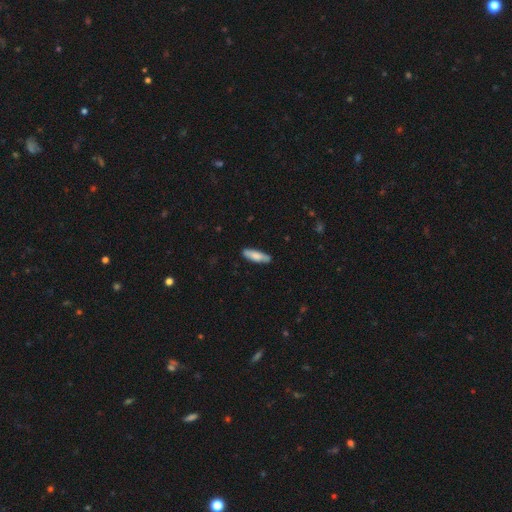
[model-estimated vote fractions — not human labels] Smooth or featured? Predicted: smooth (p=0.78). How rounded? Predicted: cigar-shaped (p=0.58). Merging? Predicted: none (p=0.84).